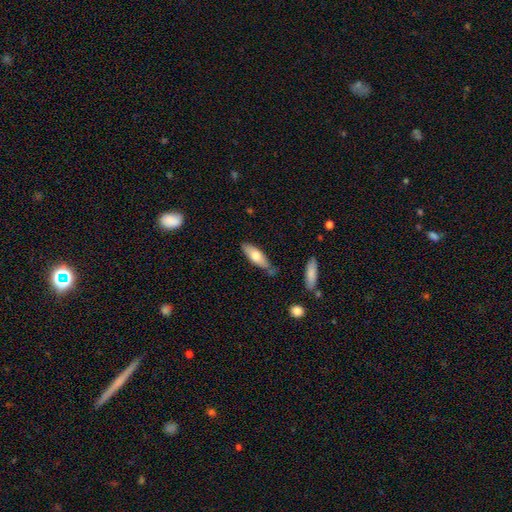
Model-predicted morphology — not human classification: Smooth or featured? smooth (69%)
How rounded? in between (62%)
Merging? none (71%)